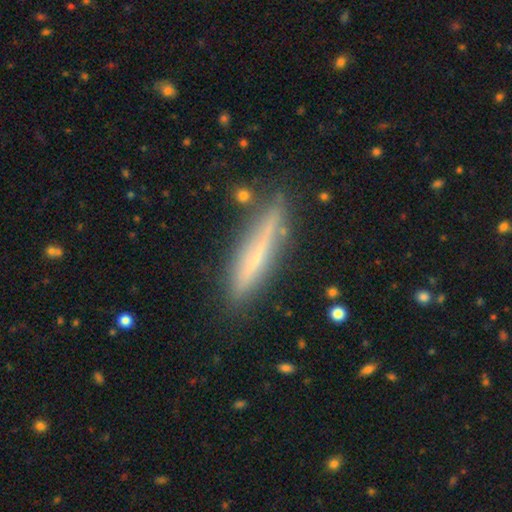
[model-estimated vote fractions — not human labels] Q: Smooth or featured?
A: smooth (46%); tied with: featured or disk (46%)
Q: Merging?
A: none (83%); runner-up: minor disturbance (12%)